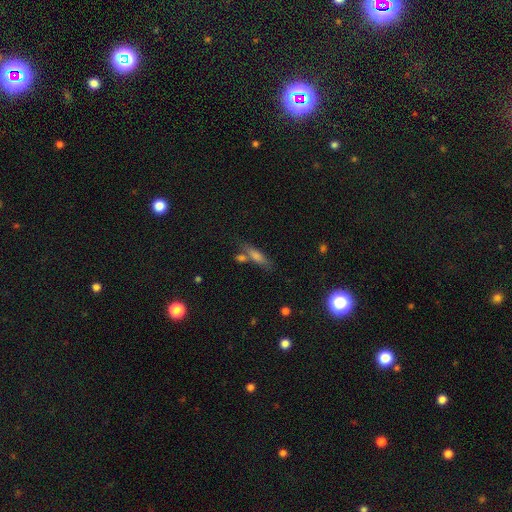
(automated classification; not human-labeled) This appears to be a smooth galaxy with no disk features (58%) that is cigar-shaped (67%). Merging: none (65%).